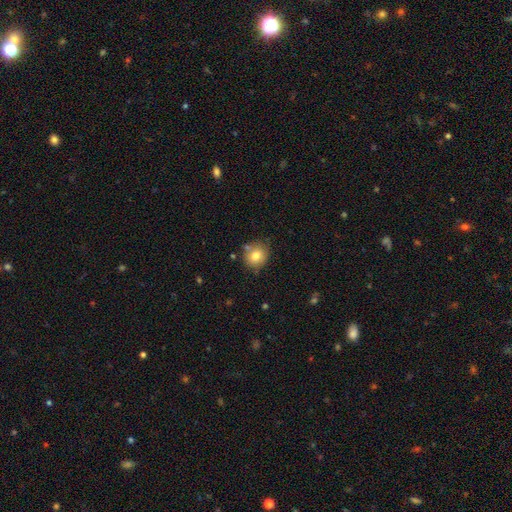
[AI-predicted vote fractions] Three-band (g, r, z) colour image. It shows a smooth galaxy with no disk features (77%) that is round (78%). Merging: none (73%).